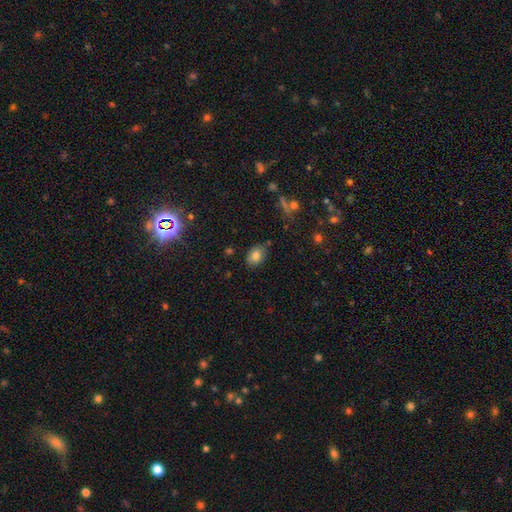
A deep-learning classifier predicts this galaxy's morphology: A smooth galaxy with no disk features (79%) that is in between round and cigar-shaped (73%). Merging: none (82%).